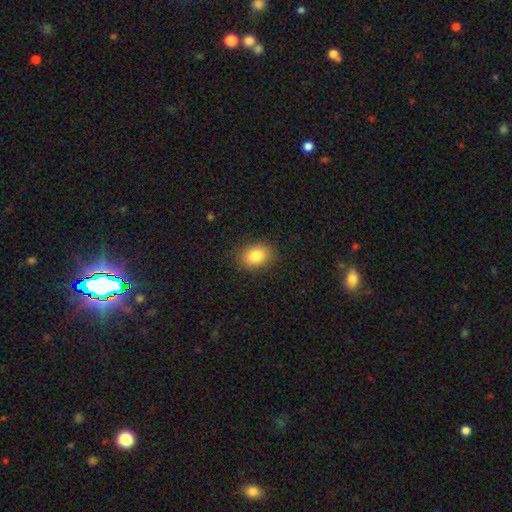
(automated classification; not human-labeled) The model was most divided on "how rounded": in between: 71%, round: 28%, cigar-shaped: 1%. More confident: merging — none (86%); smooth or featured — smooth (84%).